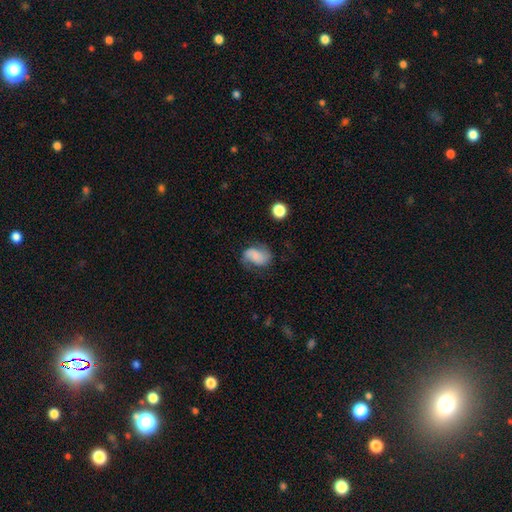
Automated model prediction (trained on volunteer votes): This appears to be a smooth galaxy with no disk features (52%) that is in between round and cigar-shaped (81%). Merging: none (58%).